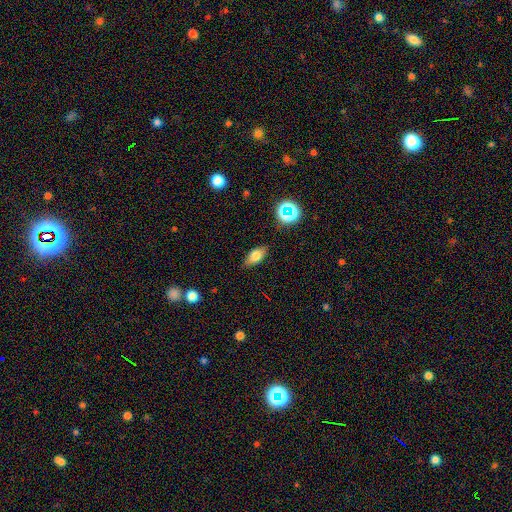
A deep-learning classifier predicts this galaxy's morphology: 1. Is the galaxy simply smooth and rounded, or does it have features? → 75% smooth, 14% featured or disk, 11% star or artifact.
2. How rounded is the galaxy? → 84% in between, 9% cigar-shaped, 6% round.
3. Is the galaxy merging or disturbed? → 84% none, 12% minor disturbance, 3% major disturbance, 2% merger.